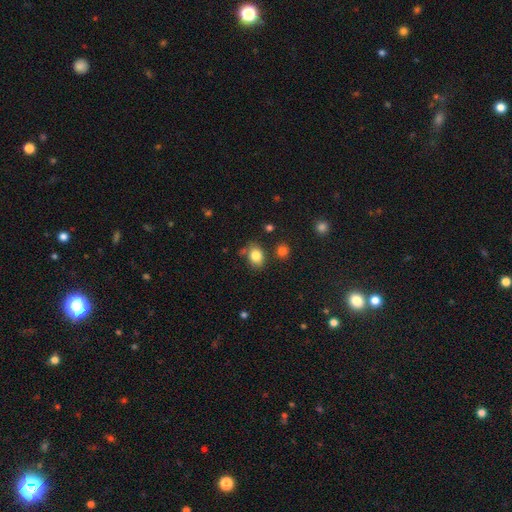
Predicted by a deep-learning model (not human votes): smooth-or-featured: smooth: 83% | star or artifact: 10% | featured or disk: 8%
  how-rounded: in between: 69% | round: 30% | cigar-shaped: 1%
  merging: none: 70% | minor disturbance: 18% | merger: 7% | major disturbance: 5%